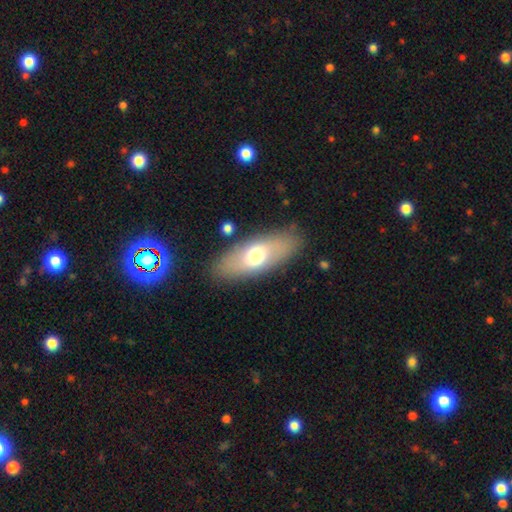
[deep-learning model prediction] This is likely a smooth galaxy (62%). How rounded: likely in between (78%). Merging: clearly none (84%).